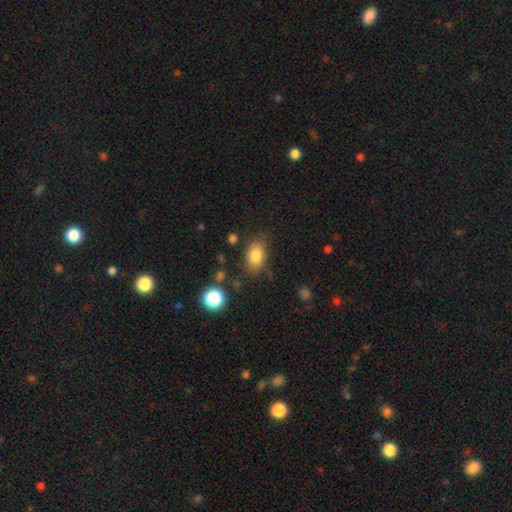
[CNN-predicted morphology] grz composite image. It shows a smooth galaxy with no disk features (82%) that is in between round and cigar-shaped (84%). Merging: none (75%).